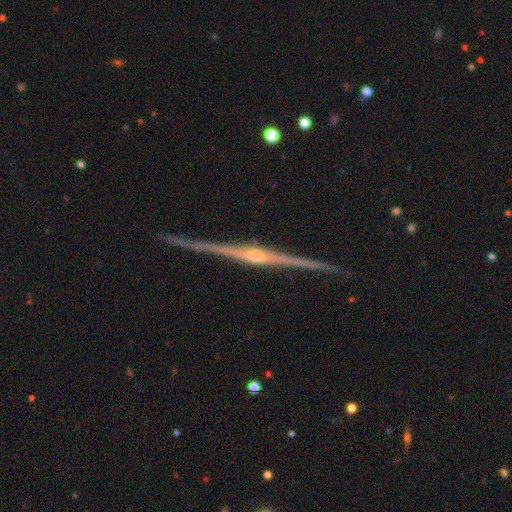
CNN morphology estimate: This appears to be a featured or disk galaxy (92%) viewed edge-on (99%) with a rounded central bulge (86%). Merging: none (91%).